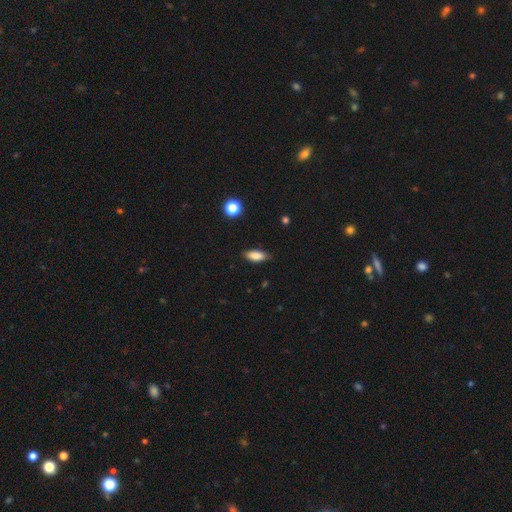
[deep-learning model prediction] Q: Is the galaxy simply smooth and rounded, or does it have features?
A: smooth — 86%.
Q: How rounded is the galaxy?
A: in between — 82%.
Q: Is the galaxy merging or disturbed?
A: none — 84%.